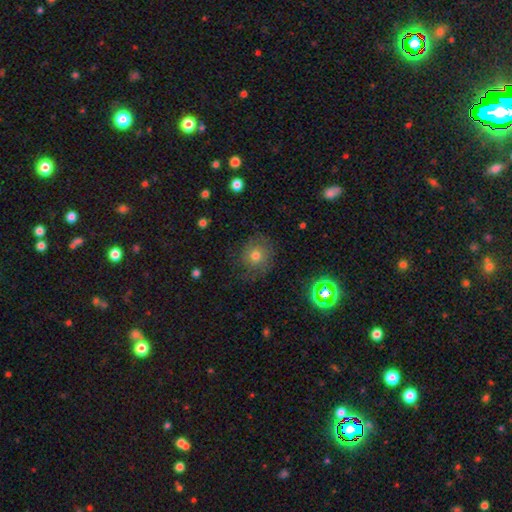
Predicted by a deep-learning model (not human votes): Smooth or featured?
  - smooth: 57% *
  - featured or disk: 27%
  - star or artifact: 16%
How rounded?
  - round: 85% *
  - in between: 14%
  - cigar-shaped: 1%
Merging?
  - none: 72% *
  - minor disturbance: 17%
  - major disturbance: 10%
  - merger: 1%